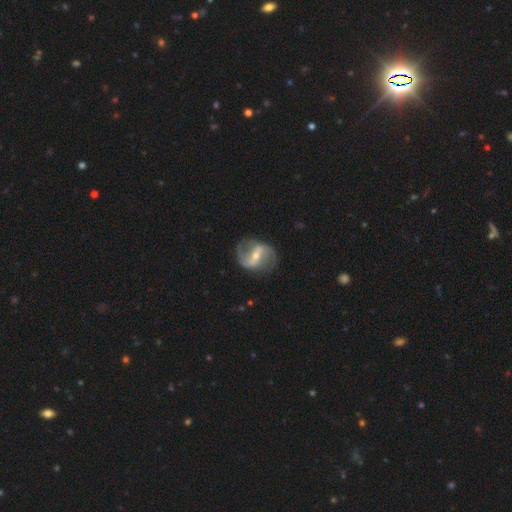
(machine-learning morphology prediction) This is clearly a featured or disk galaxy (87%). It is clearly not viewed edge-on (97%). Bar: possibly strong (51%). Spiral arm pattern: clearly yes (93%). Spiral arm count: clearly 2 (88%). Spiral winding: marginally medium (45%). Central bulge: possibly moderate (49%). Merging: likely none (77%).